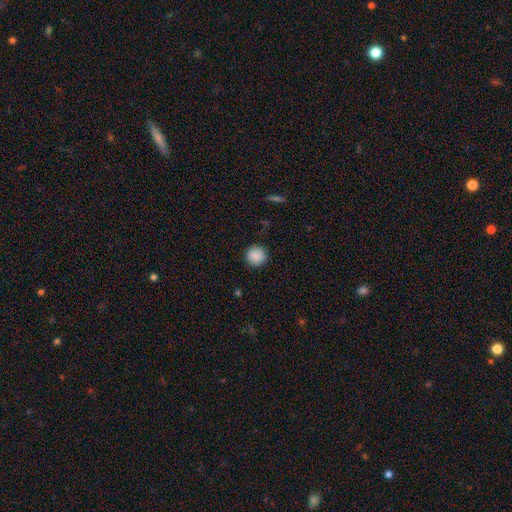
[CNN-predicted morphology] smooth-or-featured: smooth: 89% | star or artifact: 8% | featured or disk: 3%
  how-rounded: round: 93% | in between: 6% | cigar-shaped: 1%
  merging: none: 91% | minor disturbance: 6% | major disturbance: 2% | merger: 1%